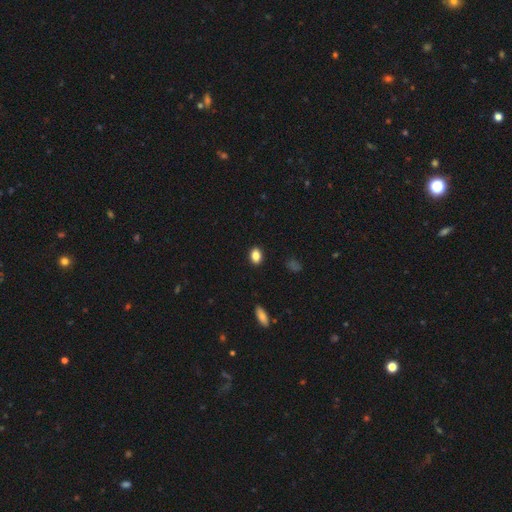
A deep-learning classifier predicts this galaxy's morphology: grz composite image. It shows a smooth galaxy with no disk features (86%) that is in between round and cigar-shaped (78%). Merging: none (89%).